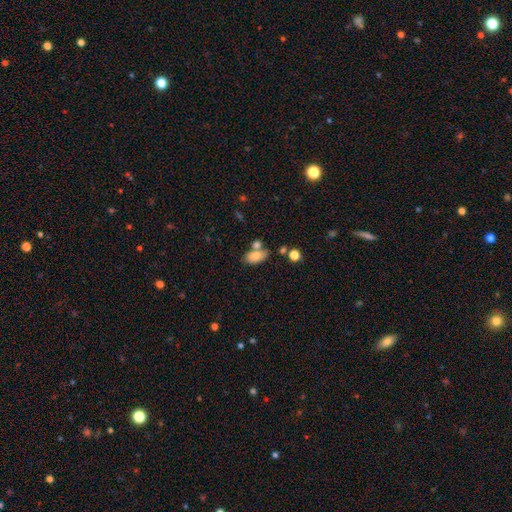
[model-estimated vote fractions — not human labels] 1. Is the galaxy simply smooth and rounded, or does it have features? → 81% smooth, 10% featured or disk, 9% star or artifact.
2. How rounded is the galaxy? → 90% in between, 7% round, 4% cigar-shaped.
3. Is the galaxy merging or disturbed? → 47% none, 30% merger, 17% minor disturbance, 7% major disturbance.